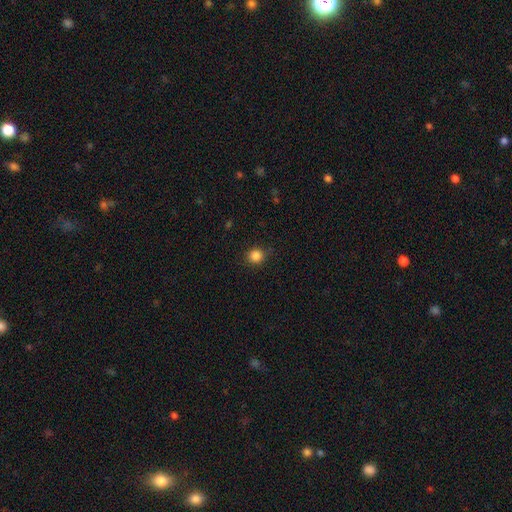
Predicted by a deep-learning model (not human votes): smooth-or-featured: smooth: 85% | star or artifact: 11% | featured or disk: 3%
  how-rounded: round: 88% | in between: 11% | cigar-shaped: 1%
  merging: none: 86% | minor disturbance: 10% | major disturbance: 3% | merger: 1%